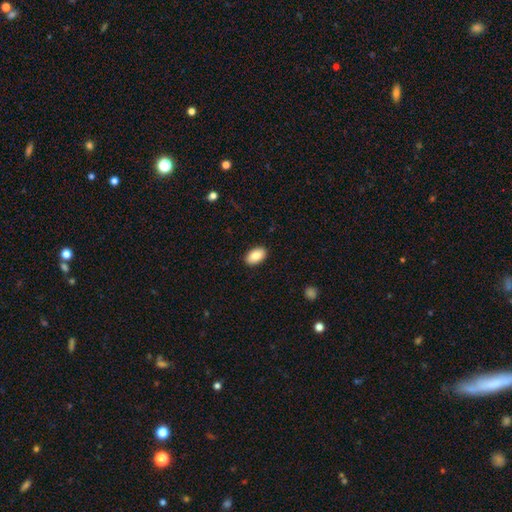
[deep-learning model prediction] Overall: smooth (88%). How rounded: in between (94%). Merging: none (90%).